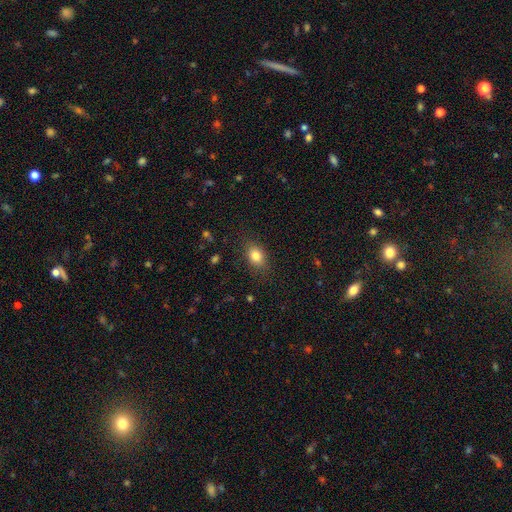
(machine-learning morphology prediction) The model was most divided on "how rounded": in between: 75%, round: 23%, cigar-shaped: 2%. More confident: merging — none (83%); smooth or featured — smooth (83%).